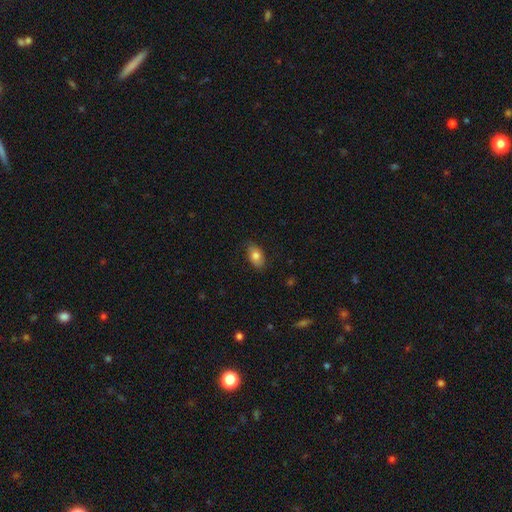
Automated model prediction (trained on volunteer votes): The model was most divided on "smooth or featured": smooth: 79%, featured or disk: 14%, star or artifact: 7%. More confident: how rounded — in between (91%); merging — none (83%).